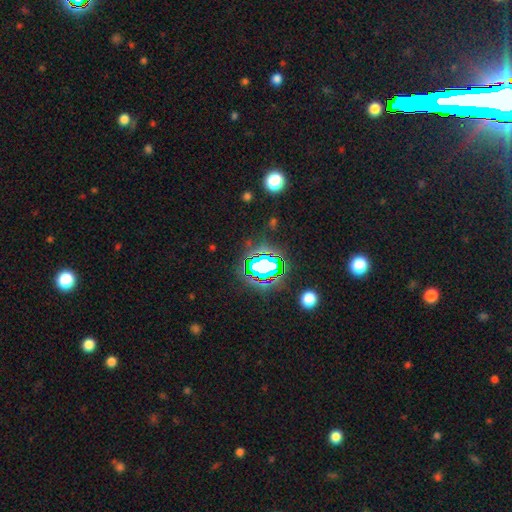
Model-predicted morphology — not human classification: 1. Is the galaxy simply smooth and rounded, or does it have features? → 80% star or artifact, 11% smooth, 9% featured or disk.